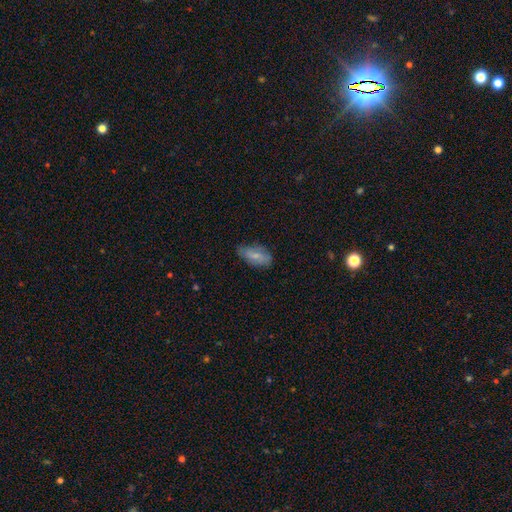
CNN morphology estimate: Smooth or featured: smooth — 65% (featured or disk — 28%)
How rounded: in between — 90% (cigar-shaped — 6%)
Merging: none — 68% (minor disturbance — 25%)